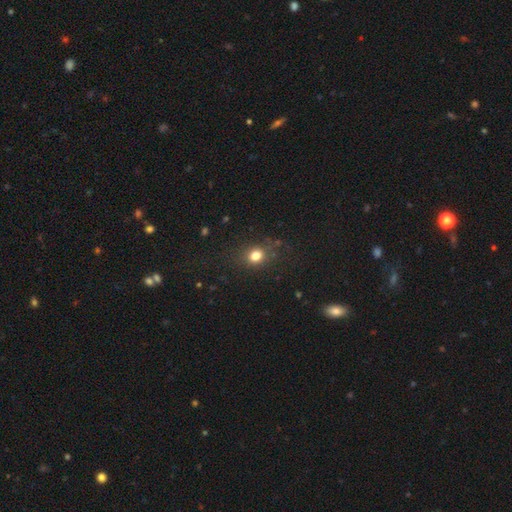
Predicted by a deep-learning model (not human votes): Smooth or featured? Predicted: smooth (p=0.78). How rounded? Predicted: round (p=0.69). Merging? Predicted: none (p=0.81).